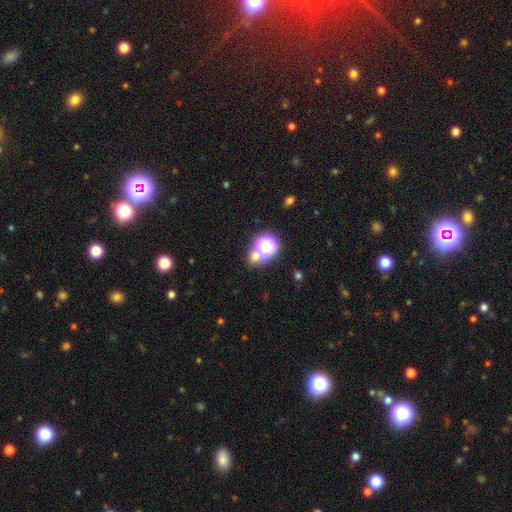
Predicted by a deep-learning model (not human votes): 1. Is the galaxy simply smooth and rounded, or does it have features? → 57% smooth, 34% star or artifact, 9% featured or disk.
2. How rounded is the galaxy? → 79% round, 19% in between, 1% cigar-shaped.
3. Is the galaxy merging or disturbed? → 61% none, 27% merger, 8% minor disturbance, 4% major disturbance.